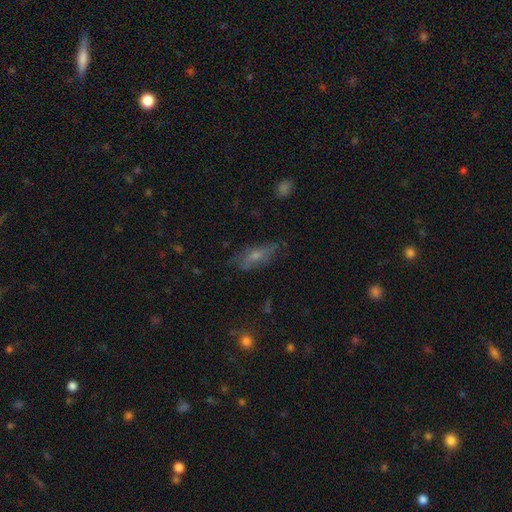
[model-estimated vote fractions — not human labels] A smooth galaxy with no disk features (51%) that is in between round and cigar-shaped (66%). Merging: none (65%).